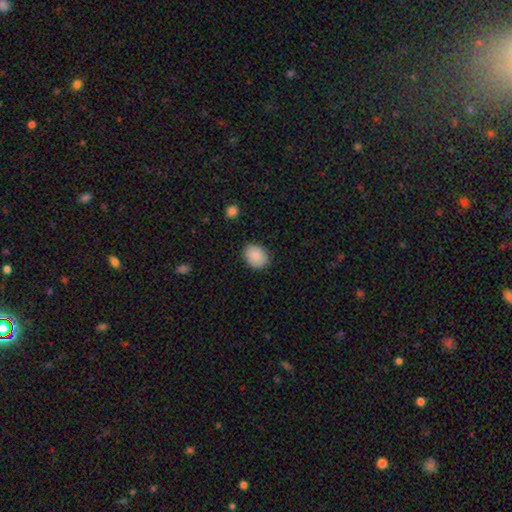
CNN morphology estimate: Smooth or featured? Predicted: smooth (p=0.85). How rounded? Predicted: in between (p=0.53). Merging? Predicted: none (p=0.86).